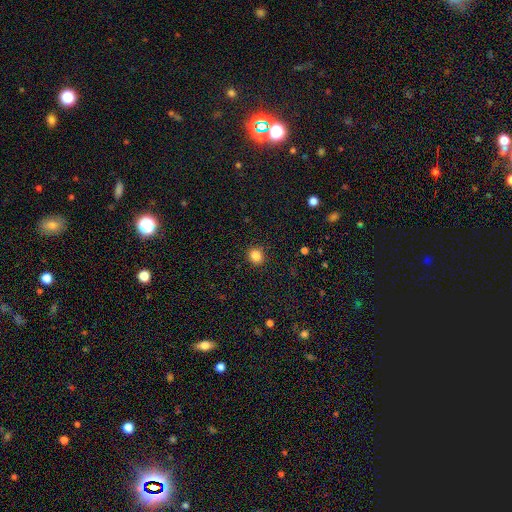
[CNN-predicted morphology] A smooth galaxy with no disk features (85%) that is round (83%). Merging: none (91%).